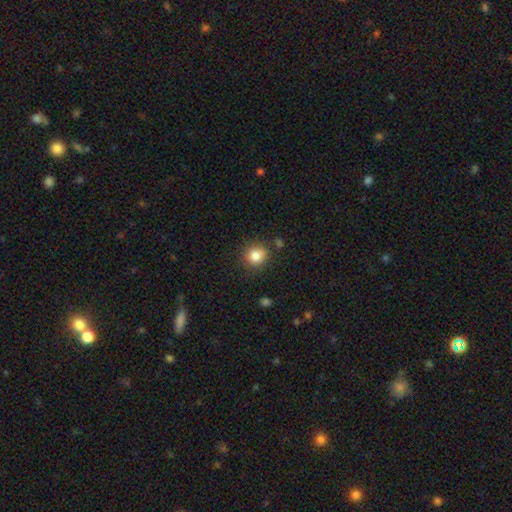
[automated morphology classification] Smooth or featured? Predicted: smooth (p=0.84). How rounded? Predicted: round (p=0.84). Merging? Predicted: none (p=0.80).